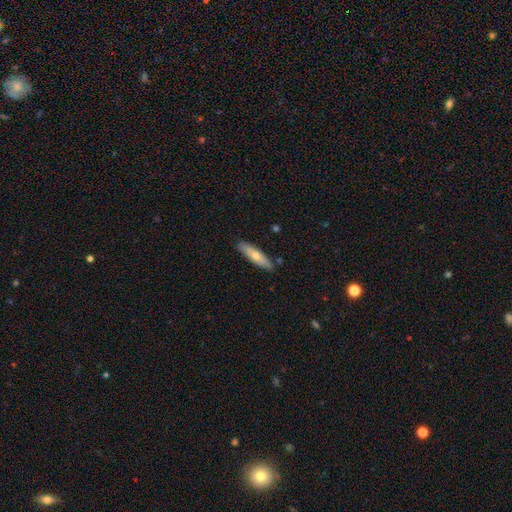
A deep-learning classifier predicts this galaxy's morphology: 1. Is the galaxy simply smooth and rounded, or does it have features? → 65% smooth, 30% featured or disk, 6% star or artifact.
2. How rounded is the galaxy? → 70% cigar-shaped, 29% in between, 2% round.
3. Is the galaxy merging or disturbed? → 87% none, 9% minor disturbance, 2% merger, 2% major disturbance.